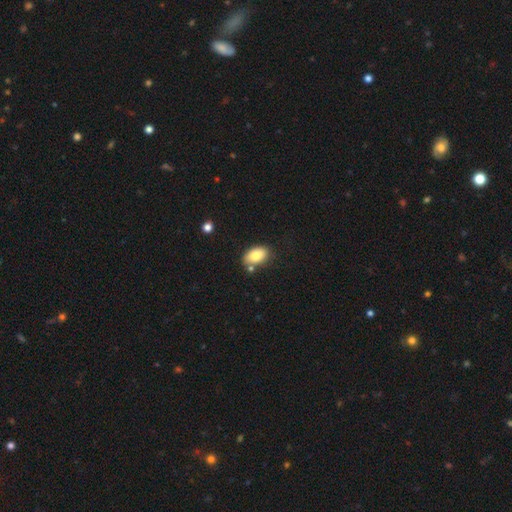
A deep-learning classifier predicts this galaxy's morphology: Smooth or featured? Predicted: smooth (p=0.80). How rounded? Predicted: in between (p=0.90). Merging? Predicted: none (p=0.71).